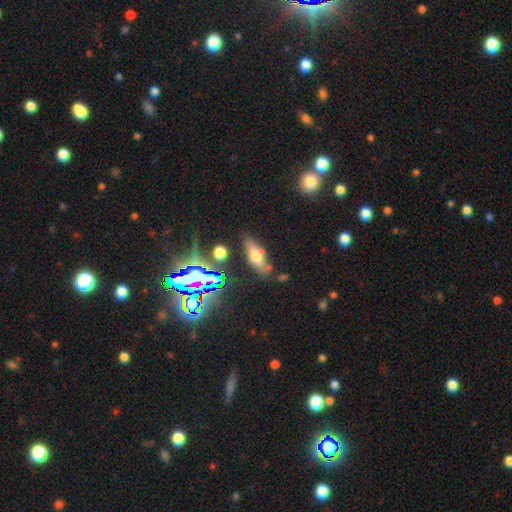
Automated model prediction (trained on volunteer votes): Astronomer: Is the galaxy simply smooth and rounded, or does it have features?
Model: smooth — 55%.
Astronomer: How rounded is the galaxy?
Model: in between — 67%.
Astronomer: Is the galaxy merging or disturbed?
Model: none — 71%.